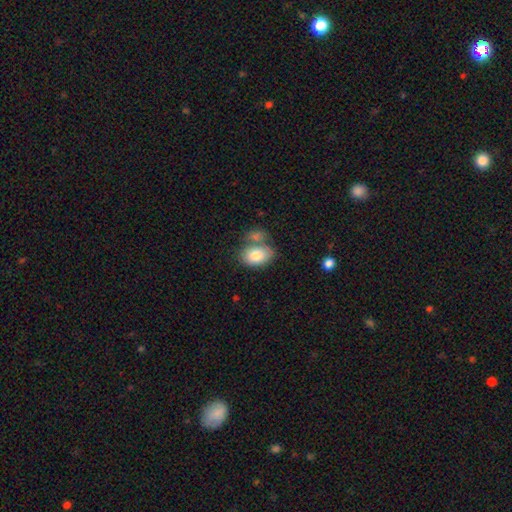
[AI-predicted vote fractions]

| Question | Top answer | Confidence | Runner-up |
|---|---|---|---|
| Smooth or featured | smooth | 80% | featured or disk (13%) |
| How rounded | in between | 82% | round (17%) |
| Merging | none | 45% | merger (32%) |